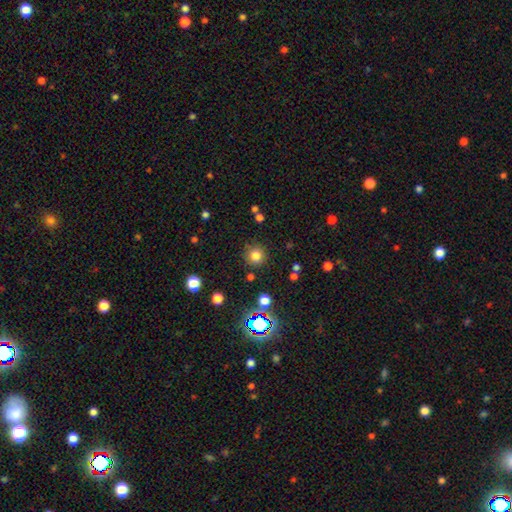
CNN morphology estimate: Smooth or featured? Predicted: smooth (p=0.78). How rounded? Predicted: round (p=0.94). Merging? Predicted: none (p=0.86).